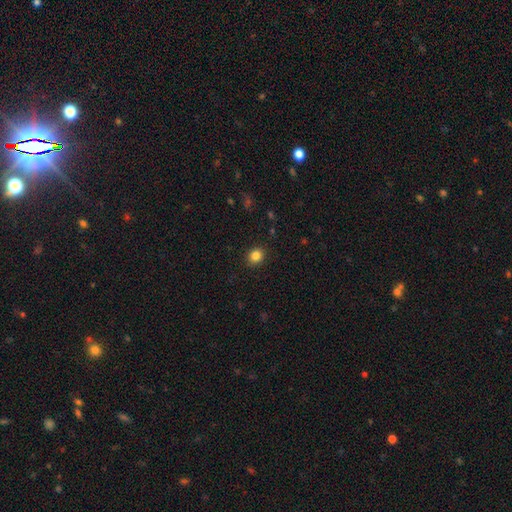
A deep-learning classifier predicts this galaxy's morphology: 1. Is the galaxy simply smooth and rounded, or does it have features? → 84% smooth, 11% star or artifact, 4% featured or disk.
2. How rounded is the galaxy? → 72% round, 27% in between, 1% cigar-shaped.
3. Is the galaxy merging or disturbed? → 90% none, 7% minor disturbance, 2% major disturbance, 1% merger.